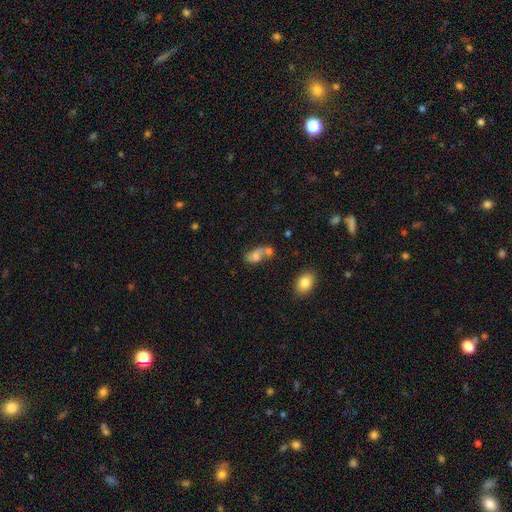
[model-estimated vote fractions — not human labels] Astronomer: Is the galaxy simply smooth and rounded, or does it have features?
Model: smooth — 64%.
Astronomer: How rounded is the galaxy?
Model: in between — 77%.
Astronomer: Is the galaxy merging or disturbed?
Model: merger — 55%.